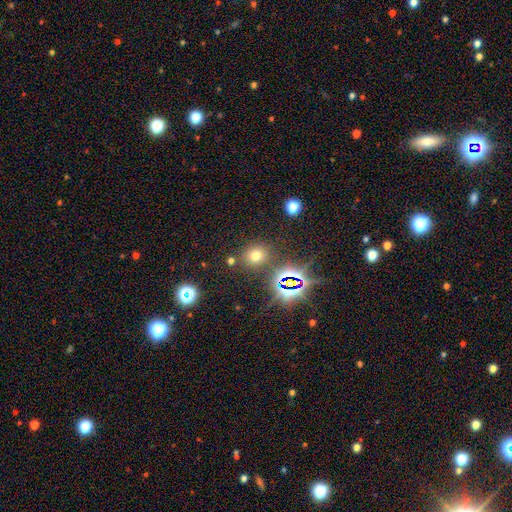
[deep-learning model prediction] A smooth galaxy with no disk features (60%) that is round (76%). Merging: none (81%).